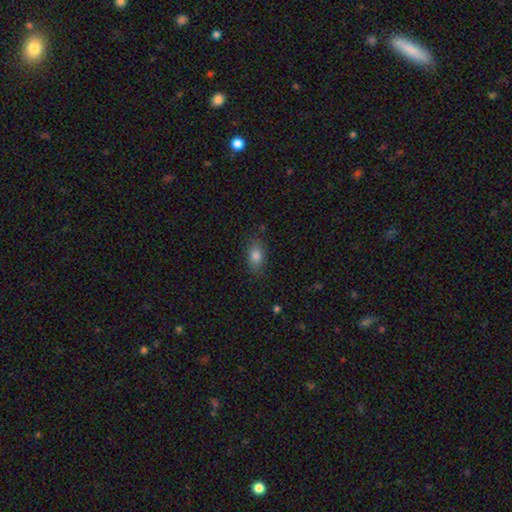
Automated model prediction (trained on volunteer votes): Smooth or featured: smooth — 82% (star or artifact — 10%)
How rounded: in between — 84% (round — 12%)
Merging: none — 82% (minor disturbance — 13%)